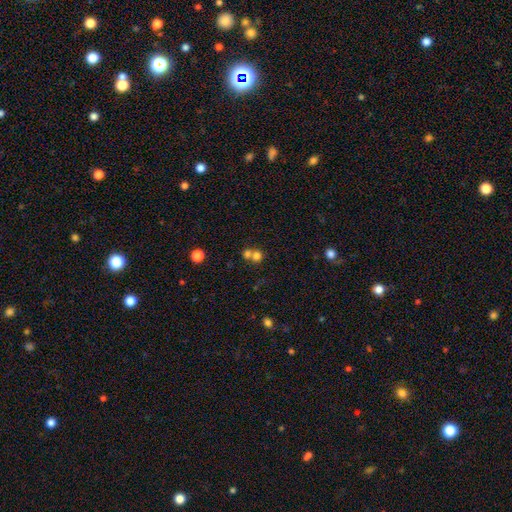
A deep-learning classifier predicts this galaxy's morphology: A smooth galaxy with no disk features (73%) that is round (83%).

Vote fractions:
- Smooth or featured? smooth: 73% / star or artifact: 14% / featured or disk: 13%
- How rounded? round: 83% / in between: 16% / cigar-shaped: 1%
- Merging? merger: 55% / none: 36% / minor disturbance: 5% / major disturbance: 3%